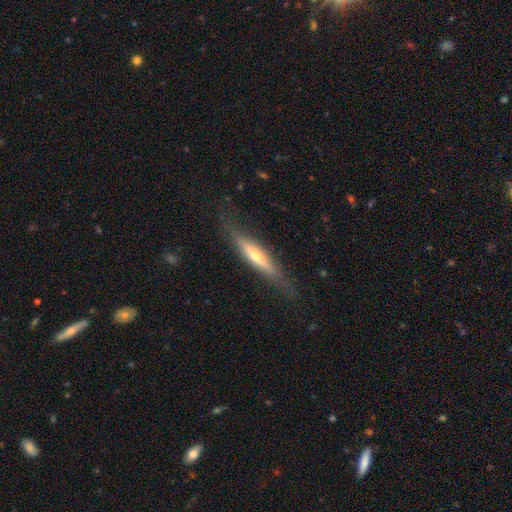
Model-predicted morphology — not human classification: featured or disk 60%, smooth 34%, star or artifact 7%. Down the decision tree: edge-on disk — yes (88%); edge-on bulge — rounded (75%); merging — none (76%).